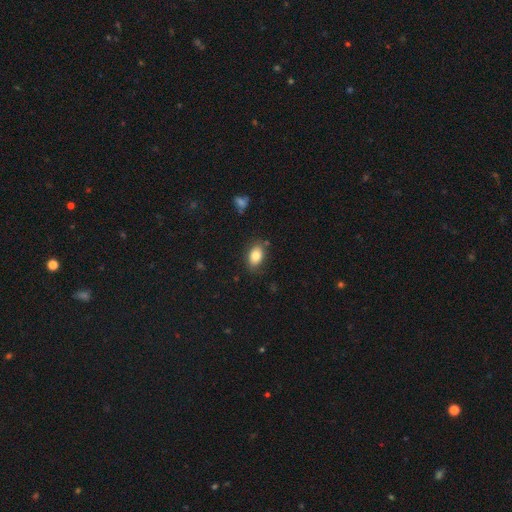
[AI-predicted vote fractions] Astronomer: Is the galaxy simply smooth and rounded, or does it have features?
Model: smooth — 82%.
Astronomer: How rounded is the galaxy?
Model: in between — 87%.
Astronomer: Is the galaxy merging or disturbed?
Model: none — 80%.